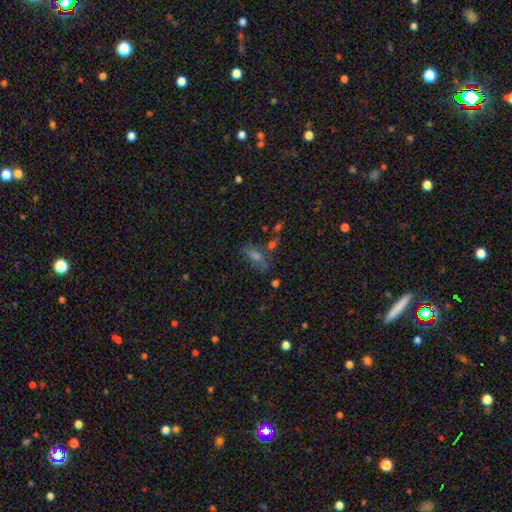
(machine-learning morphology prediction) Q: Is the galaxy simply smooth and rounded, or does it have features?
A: smooth — 57%.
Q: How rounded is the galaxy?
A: in between — 76%.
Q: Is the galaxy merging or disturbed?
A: none — 53%.